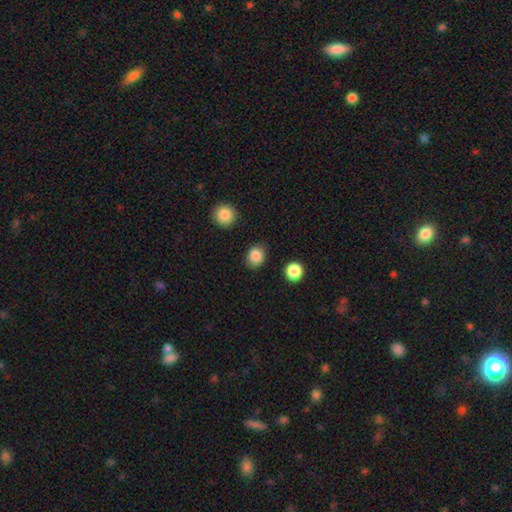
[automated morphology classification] This appears to be a smooth galaxy with no disk features (86%) that is round (52%). Merging: none (84%).